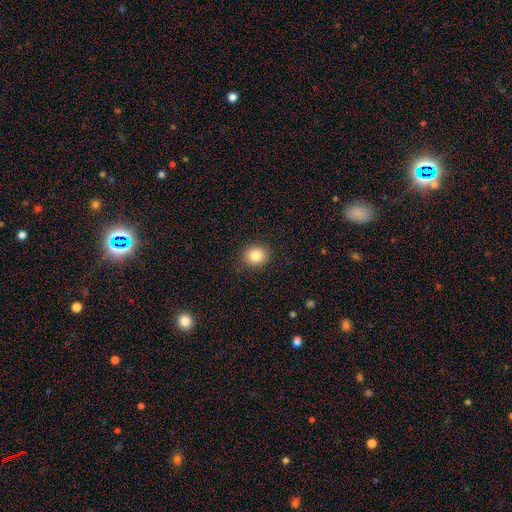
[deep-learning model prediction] Morphology: type=smooth (83%); roundness=round (79%); merging=none (90%).